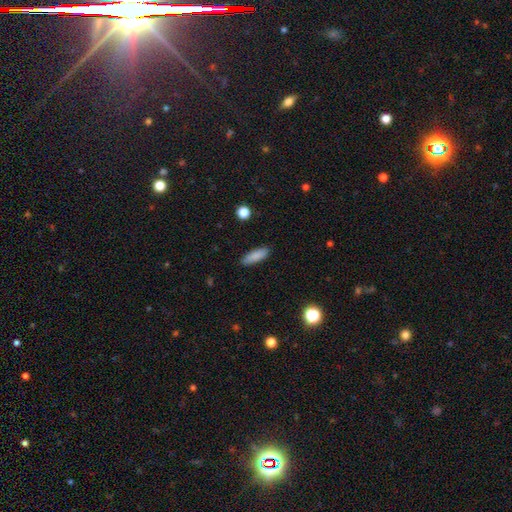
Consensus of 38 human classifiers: smooth 84%, featured or disk 8%, star or artifact 8%. Down the decision tree: how rounded — in between (59%); merging — none (100%).